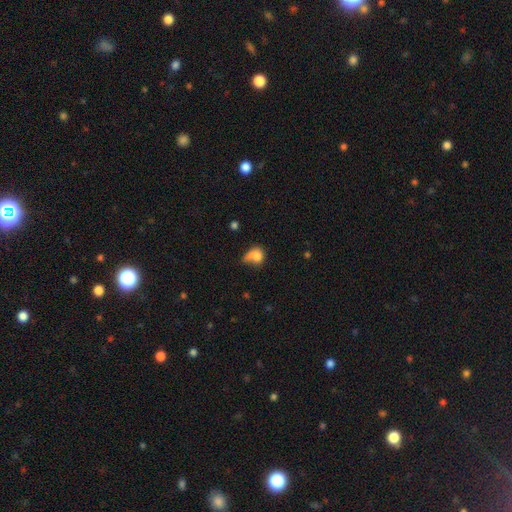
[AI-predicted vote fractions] smooth 71%, featured or disk 18%, star or artifact 11%. Down the decision tree: how rounded — in between (54%); merging — none (28%).